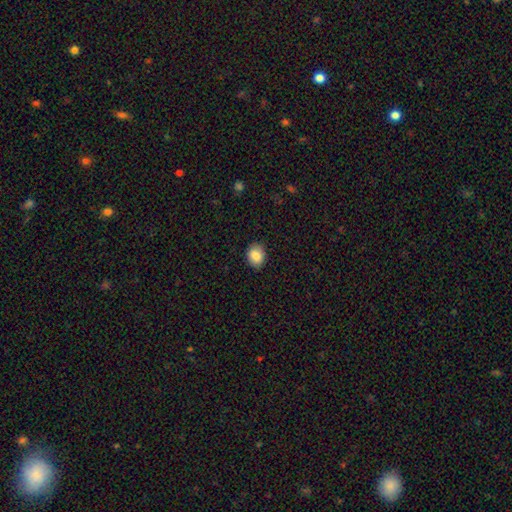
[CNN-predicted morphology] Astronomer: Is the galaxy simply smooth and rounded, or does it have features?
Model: smooth — 85%.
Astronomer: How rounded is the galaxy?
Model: in between — 51% (runner-up: round, 48%).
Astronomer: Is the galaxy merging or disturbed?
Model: none — 88%.